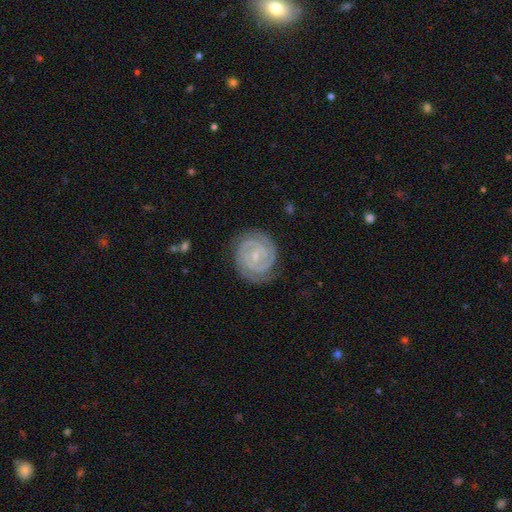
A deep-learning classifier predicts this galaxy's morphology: This appears to be a featured or disk galaxy (90%) with a weak bar (43%), 2 (81%) tight (82%) spiral arms (98%) and a small central bulge (76%). Merging: none (83%).